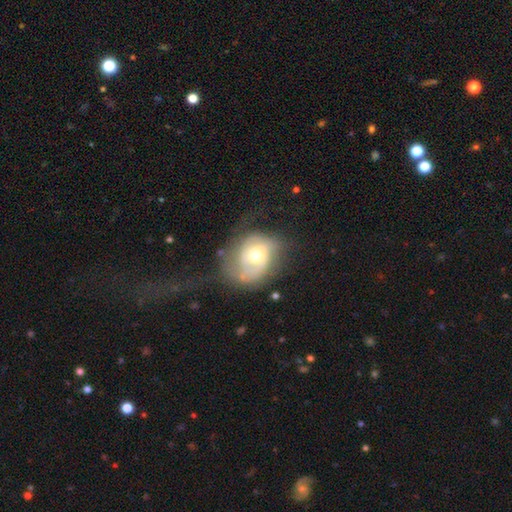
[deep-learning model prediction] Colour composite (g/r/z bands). It shows a featured or disk galaxy (62%) with no bar (66%), spiral arms (72%) and a moderate central bulge (62%). Merging: none (40%).